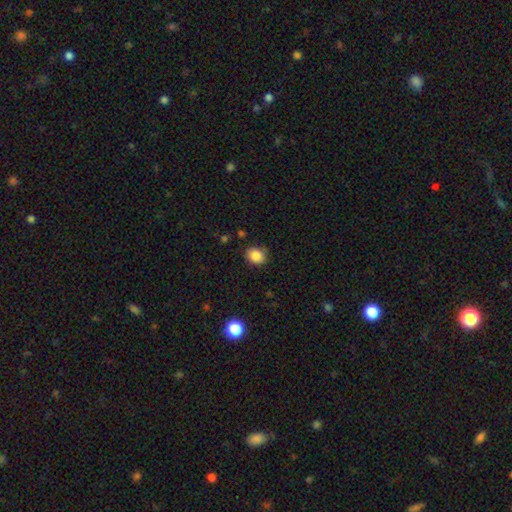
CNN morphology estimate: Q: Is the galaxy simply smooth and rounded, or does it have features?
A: smooth — 86%.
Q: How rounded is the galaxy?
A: round — 56%.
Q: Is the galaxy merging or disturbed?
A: none — 78%.